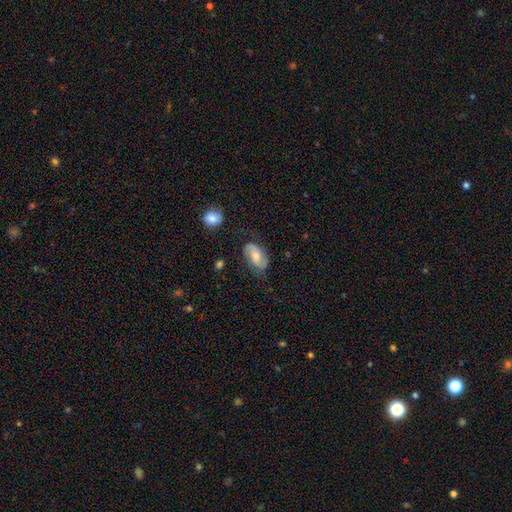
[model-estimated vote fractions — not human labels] Smooth or featured? featured or disk (58%)
Edge-on disk? no (96%)
Bar? no (53%)
Spiral arms? yes (90%)
Bulge size? moderate (55%)
Merging? none (69%)